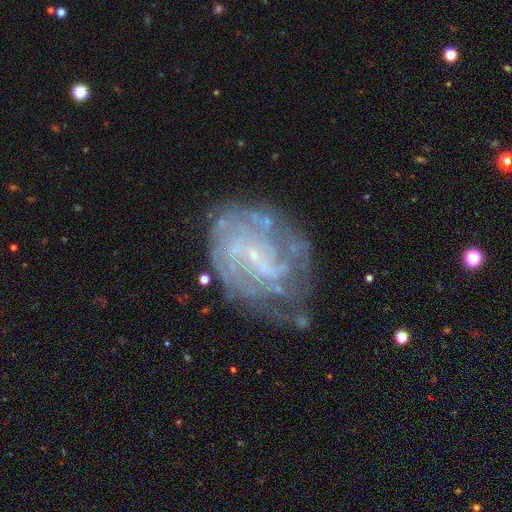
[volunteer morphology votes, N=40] type=featured or disk (95%); edge-on=no (97%); bar=no (59%); spiral arms=yes (86%); winding=tight (47%, tied with medium); arm count=can't tell (53%); bulge=small (78%); merging=minor disturbance (59%).